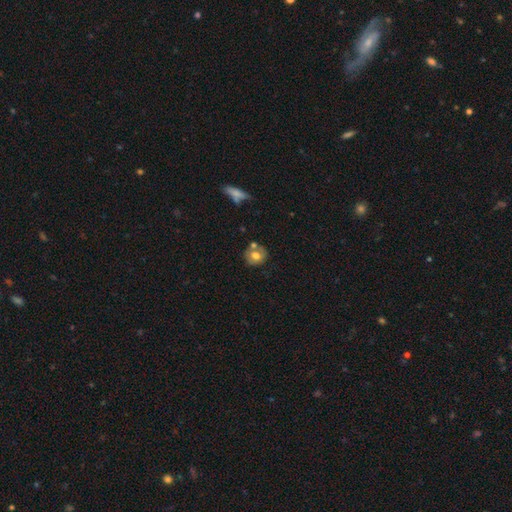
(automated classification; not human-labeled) Overall: smooth (65%; featured or disk 27%). How rounded: round (76%). Merging: none (60%).